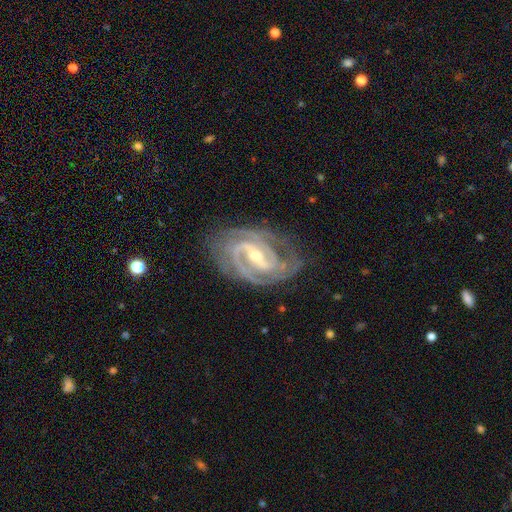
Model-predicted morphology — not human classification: Smooth or featured: featured or disk — 93% (star or artifact — 4%)
Edge-on disk: no — 97% (yes — 3%)
Bar: strong — 55% (weak — 35%)
Spiral arms: yes — 98% (no — 2%)
Spiral winding: tight — 58% (medium — 37%)
Spiral arm count: 2 — 63% (3 — 21%)
Bulge size: moderate — 50% (small — 46%)
Merging: none — 75% (minor disturbance — 18%)